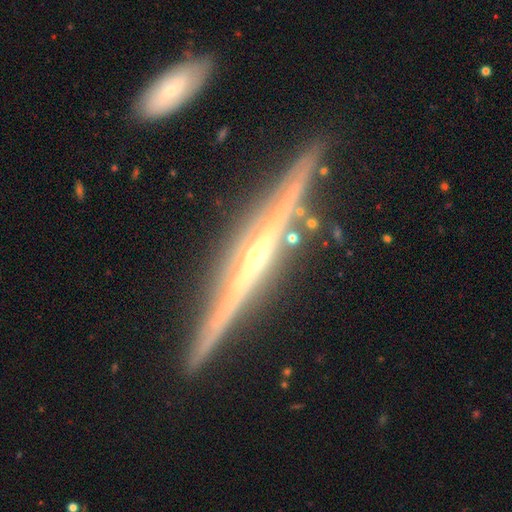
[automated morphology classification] Overall: featured or disk (88%). Edge-on disk: yes (98%). Edge-on bulge: rounded (63%; none 28%). Merging: none (87%).